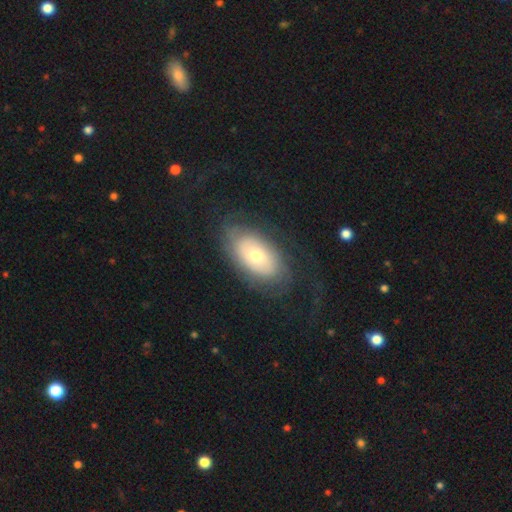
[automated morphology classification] Smooth or featured? Predicted: featured or disk (p=0.57). Edge-on disk? Predicted: no (p=0.91). Bar? Predicted: no (p=0.84). Spiral arms? Predicted: yes (p=0.59). Bulge size? Predicted: moderate (p=0.63). Merging? Predicted: none (p=0.67).